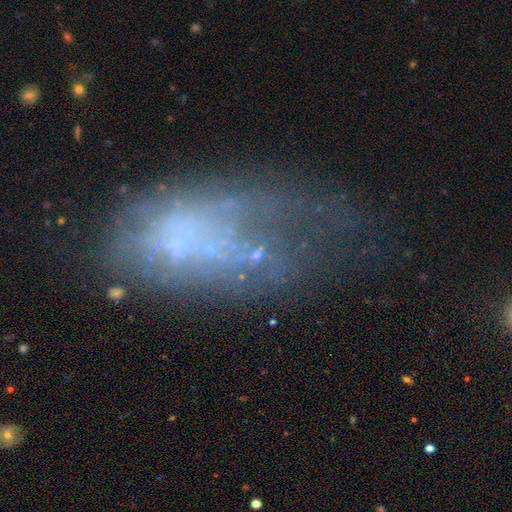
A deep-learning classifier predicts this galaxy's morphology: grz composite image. It shows a featured or disk galaxy (43%). Merging: none (49%).